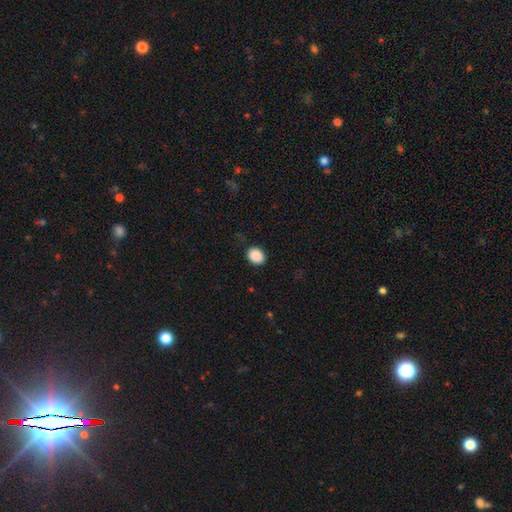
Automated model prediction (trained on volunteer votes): Q: Smooth or featured?
A: smooth (89%); runner-up: star or artifact (8%)
Q: How rounded?
A: in between (59%); runner-up: round (40%)
Q: Merging?
A: none (86%); runner-up: minor disturbance (10%)